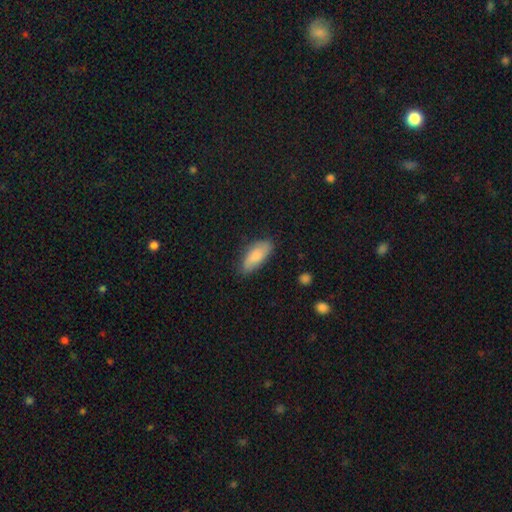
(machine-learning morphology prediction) Smooth or featured: smooth — 79% (featured or disk — 15%)
How rounded: in between — 85% (cigar-shaped — 13%)
Merging: none — 77% (minor disturbance — 19%)